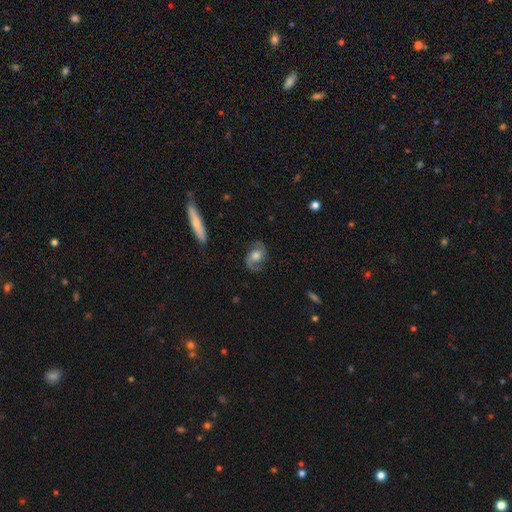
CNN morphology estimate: Overall: featured or disk (71%). Edge-on disk: no (96%). Bar: no (64%; weak 30%). Spiral arms: yes (92%). Spiral arm count: 2 (89%). Spiral winding: medium (50%; loose 29%). Bulge size: moderate (43%; large 35%). Merging: none (75%).